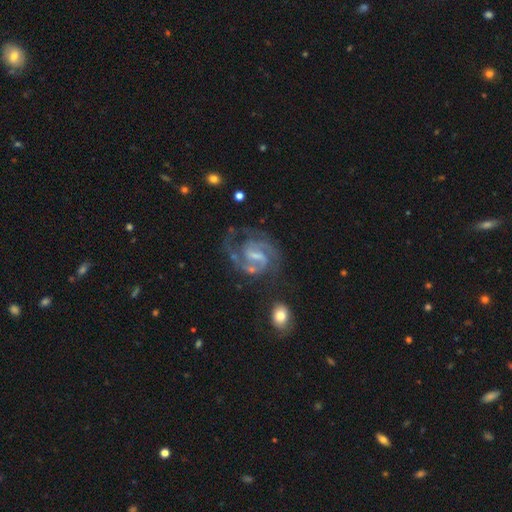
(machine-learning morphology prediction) A featured or disk galaxy (90%) with a weak bar (52%), 2 (83%) medium (55%) spiral arms (97%) and a small central bulge (52%). Merging: none (62%).